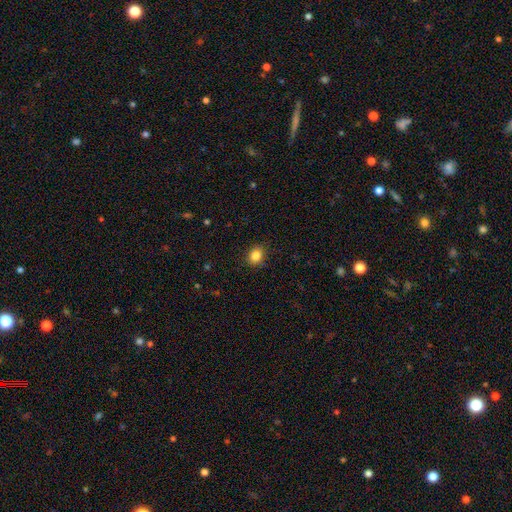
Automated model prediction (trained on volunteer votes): A smooth galaxy with no disk features (84%) that is round (65%). Merging: none (88%).